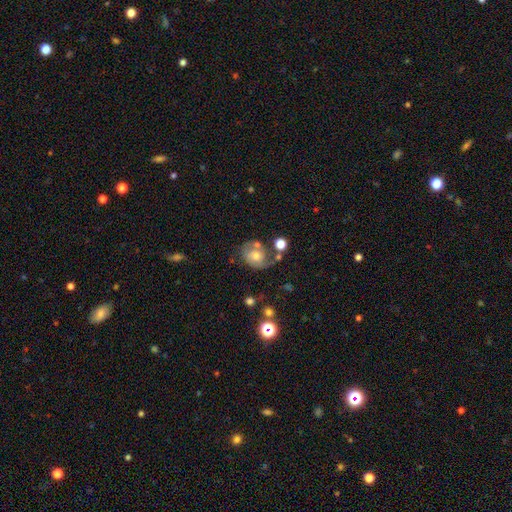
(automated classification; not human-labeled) The model was most divided on "merging": none: 43%, minor disturbance: 23%, major disturbance: 19%, merger: 14%. More confident: edge-on disk — no (97%); spiral arms — yes (78%); bar — no (75%); smooth or featured — featured or disk (58%); bulge size — moderate (58%).